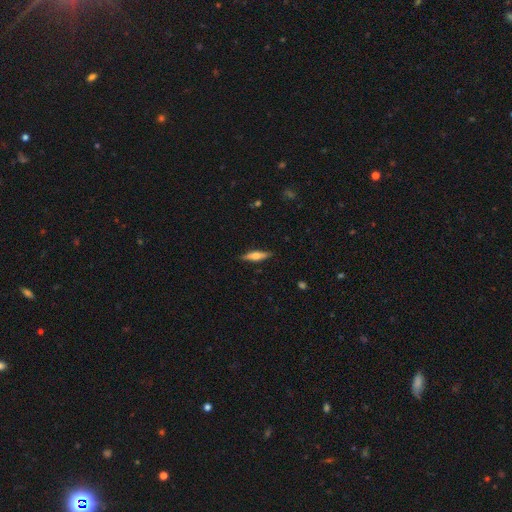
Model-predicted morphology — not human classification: type=featured or disk (49%); merging=none (88%).